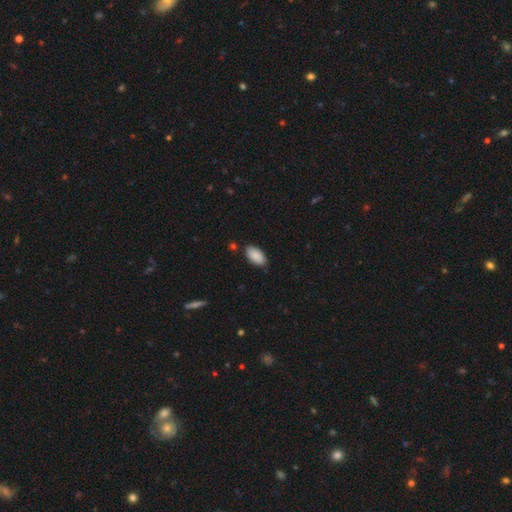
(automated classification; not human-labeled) Morphology: type=smooth (90%); roundness=in between (95%); merging=none (85%).